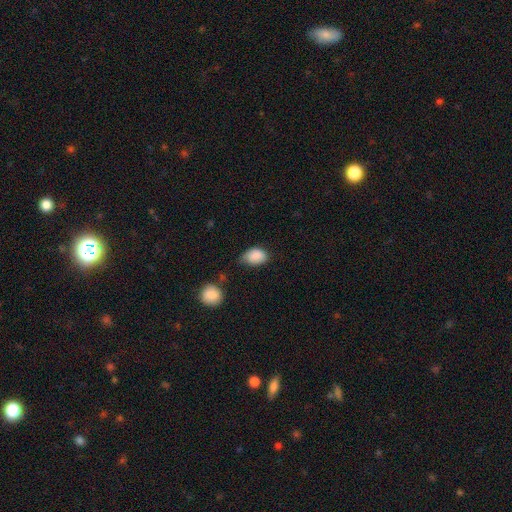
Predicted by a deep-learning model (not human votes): Overall: smooth (88%). How rounded: in between (77%). Merging: none (50%; minor disturbance 38%).